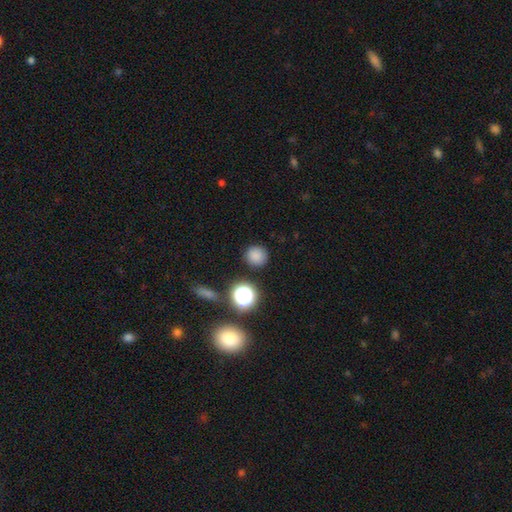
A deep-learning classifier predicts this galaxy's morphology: This appears to be a smooth galaxy with no disk features (80%) that is round (93%). Merging: none (87%).